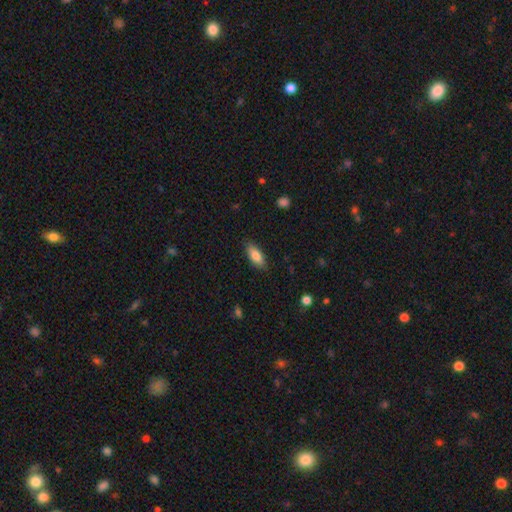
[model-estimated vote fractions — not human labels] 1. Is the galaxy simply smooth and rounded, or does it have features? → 83% smooth, 11% featured or disk, 6% star or artifact.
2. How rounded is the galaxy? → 76% in between, 22% cigar-shaped, 2% round.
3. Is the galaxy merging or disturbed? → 86% none, 11% minor disturbance, 2% major disturbance, 1% merger.